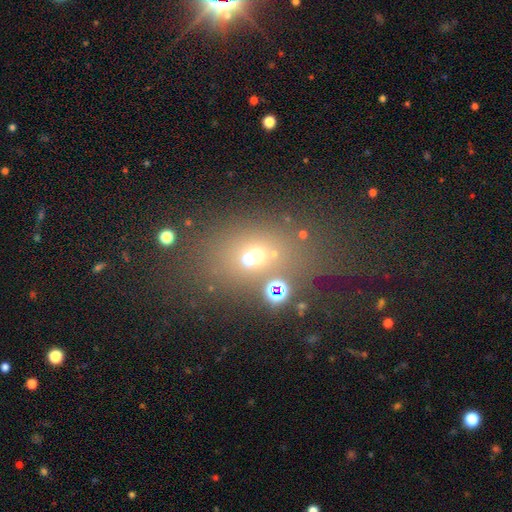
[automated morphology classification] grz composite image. It shows a smooth galaxy with no disk features (51%) that is round (53%). Merging: none (48%).